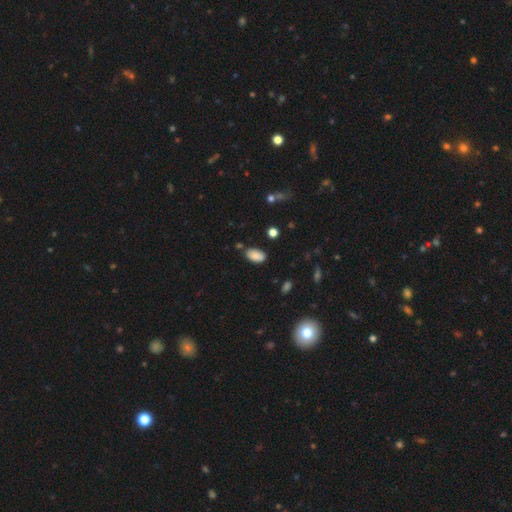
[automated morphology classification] A smooth galaxy with no disk features (86%) that is in between round and cigar-shaped (94%). Merging: none (78%).